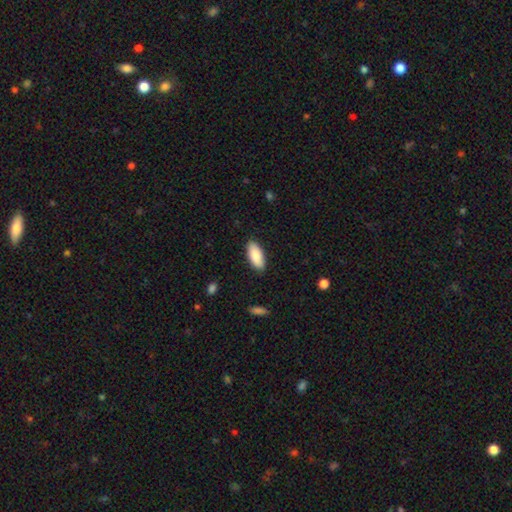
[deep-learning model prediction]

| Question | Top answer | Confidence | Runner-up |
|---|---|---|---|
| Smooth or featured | smooth | 87% | featured or disk (7%) |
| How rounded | in between | 88% | cigar-shaped (11%) |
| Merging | none | 87% | minor disturbance (10%) |